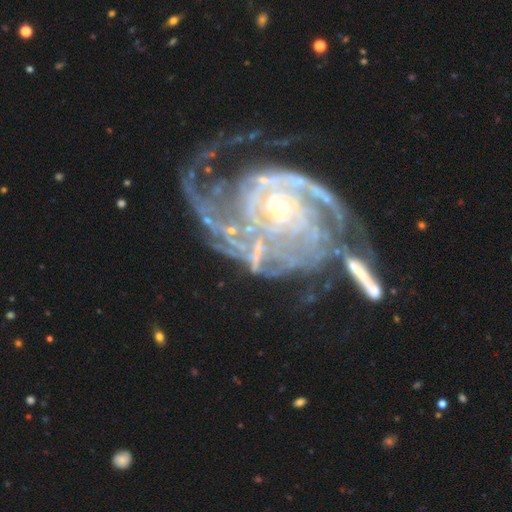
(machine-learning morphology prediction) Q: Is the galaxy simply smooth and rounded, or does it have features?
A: featured or disk — 88%.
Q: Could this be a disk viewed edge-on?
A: no — 97%.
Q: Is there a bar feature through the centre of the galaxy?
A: no — 73%.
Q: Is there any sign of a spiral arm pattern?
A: yes — 94%.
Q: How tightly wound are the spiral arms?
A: tight — 68%.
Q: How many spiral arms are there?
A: can't tell — 26%.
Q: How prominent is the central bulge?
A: small — 70%.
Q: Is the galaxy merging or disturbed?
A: major disturbance — 31%, tied with none.